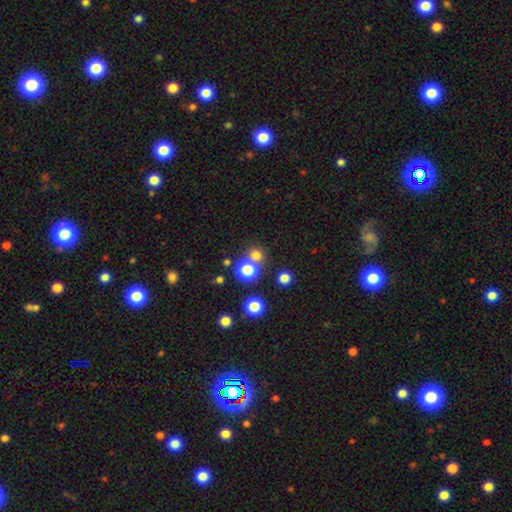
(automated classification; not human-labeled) The model was most divided on "merging": none: 63%, merger: 27%, minor disturbance: 6%, major disturbance: 3%. More confident: how rounded — round (89%); smooth or featured — smooth (72%).